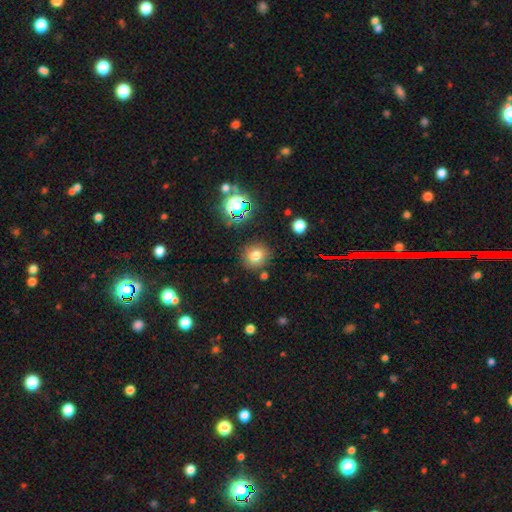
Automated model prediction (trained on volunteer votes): Smooth or featured?
  - smooth: 74% *
  - star or artifact: 17%
  - featured or disk: 8%
How rounded?
  - round: 80% *
  - in between: 19%
  - cigar-shaped: 1%
Merging?
  - none: 83% *
  - minor disturbance: 10%
  - merger: 4%
  - major disturbance: 3%